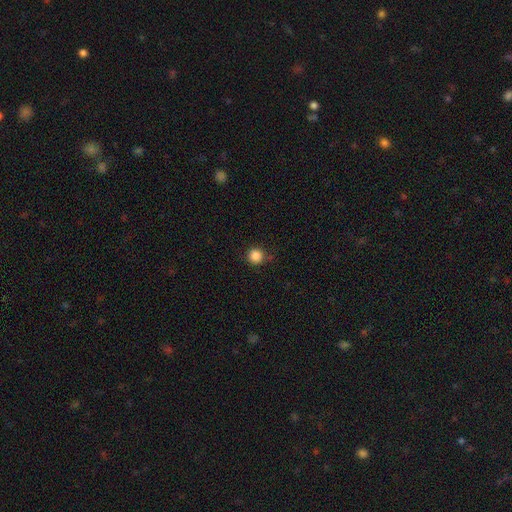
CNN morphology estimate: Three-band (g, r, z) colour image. It shows a smooth galaxy with no disk features (86%) that is round (95%). Merging: none (86%).